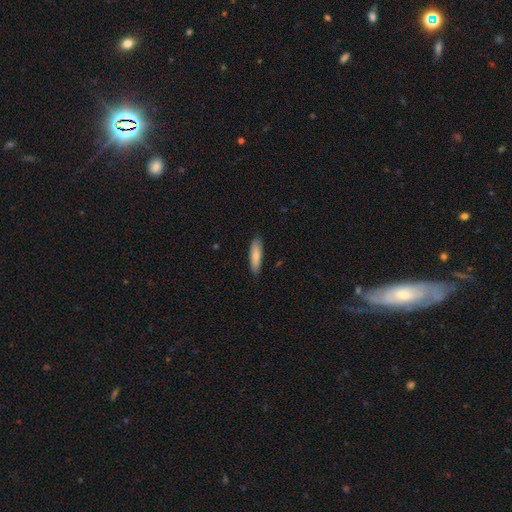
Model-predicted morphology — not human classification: The model was most divided on "how rounded": cigar-shaped: 65%, in between: 34%, round: 1%. More confident: merging — none (87%); smooth or featured — smooth (83%).